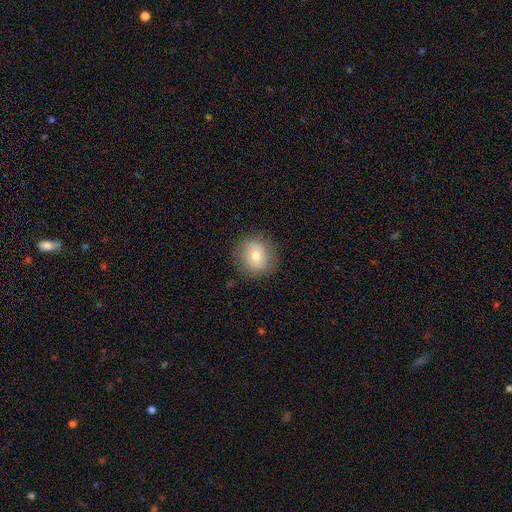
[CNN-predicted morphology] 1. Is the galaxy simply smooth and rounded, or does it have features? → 75% smooth, 16% featured or disk, 9% star or artifact.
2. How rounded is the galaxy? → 84% round, 15% in between, 1% cigar-shaped.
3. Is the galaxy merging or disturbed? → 85% none, 10% minor disturbance, 4% major disturbance, 1% merger.